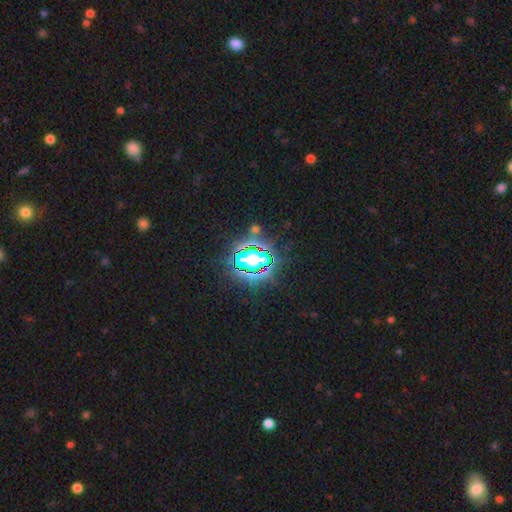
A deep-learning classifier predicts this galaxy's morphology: type=star or artifact (73%).